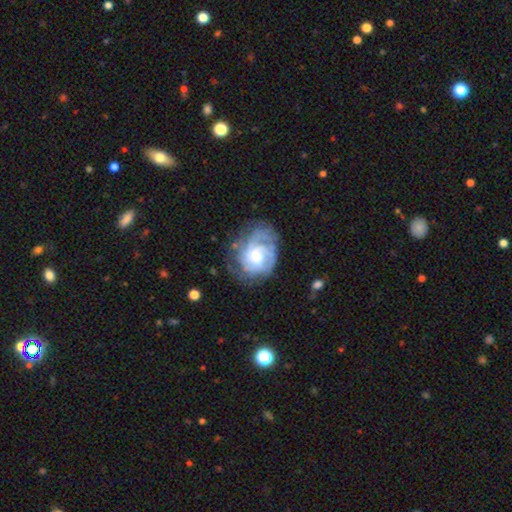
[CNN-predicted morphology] featured or disk 80%, smooth 14%, star or artifact 7%. Down the decision tree: edge-on disk — no (98%); bar — no (68%); spiral arms — yes (93%); spiral arm count — can't tell (38%); spiral winding — tight (63%); bulge size — moderate (41%); merging — none (62%).